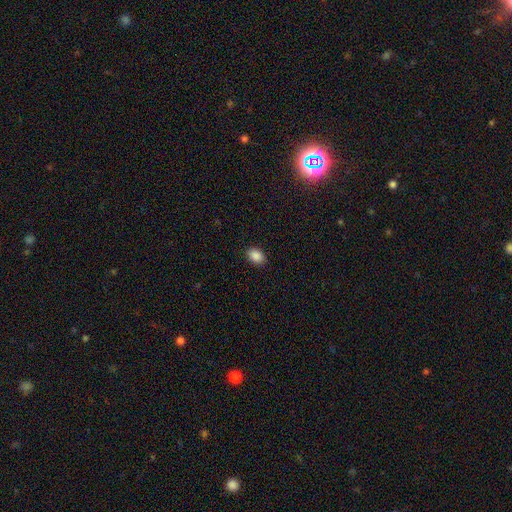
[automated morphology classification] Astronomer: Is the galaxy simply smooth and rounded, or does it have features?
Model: smooth — 88%.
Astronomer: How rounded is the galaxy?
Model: in between — 81%.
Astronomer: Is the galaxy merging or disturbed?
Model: none — 89%.